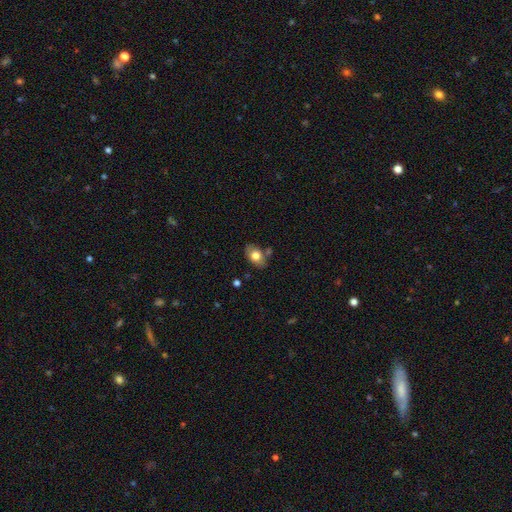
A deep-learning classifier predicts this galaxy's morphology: A smooth galaxy with no disk features (75%) that is in between round and cigar-shaped (84%).

Vote fractions:
- Smooth or featured? smooth: 75% / featured or disk: 17% / star or artifact: 8%
- How rounded? in between: 84% / round: 15% / cigar-shaped: 1%
- Merging? none: 75% / minor disturbance: 15% / merger: 7% / major disturbance: 3%